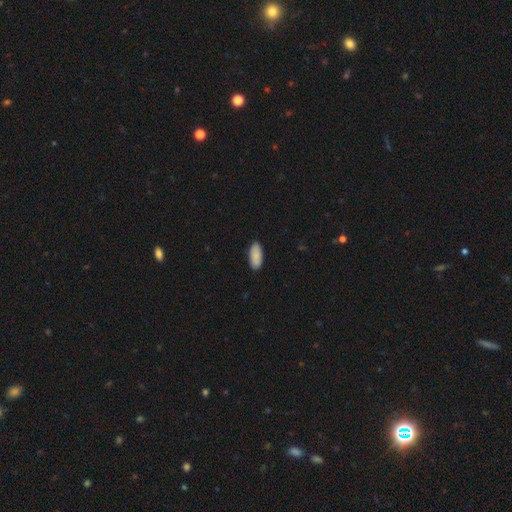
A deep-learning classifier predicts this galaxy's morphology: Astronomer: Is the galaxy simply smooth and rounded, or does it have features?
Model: smooth — 89%.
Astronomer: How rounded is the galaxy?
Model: in between — 89%.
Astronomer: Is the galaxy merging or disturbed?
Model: none — 88%.